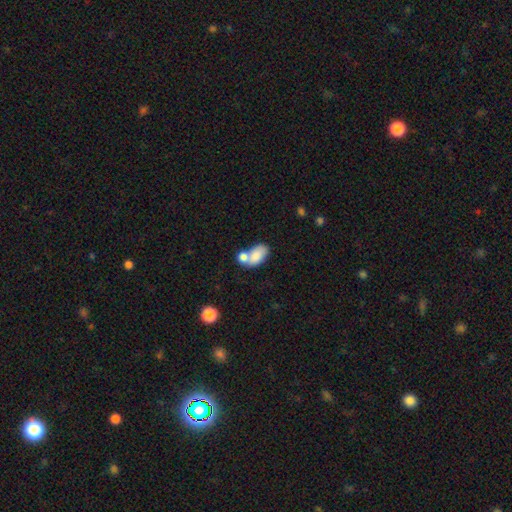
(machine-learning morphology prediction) smooth 78%, featured or disk 14%, star or artifact 8%. Down the decision tree: how rounded — in between (90%); merging — merger (55%).